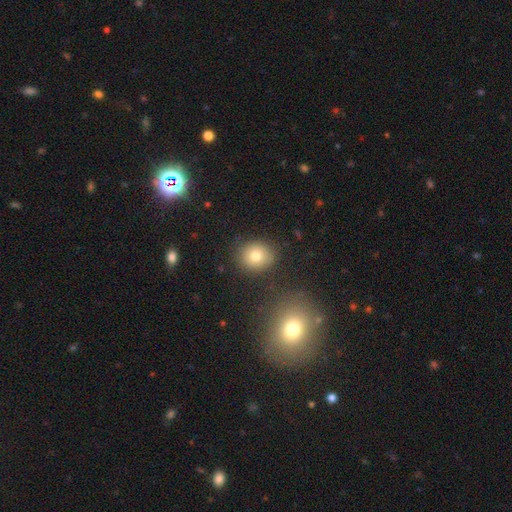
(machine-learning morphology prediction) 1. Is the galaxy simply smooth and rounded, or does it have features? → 77% smooth, 12% star or artifact, 11% featured or disk.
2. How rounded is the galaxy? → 75% round, 24% in between, 1% cigar-shaped.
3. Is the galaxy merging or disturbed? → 84% none, 10% minor disturbance, 3% merger, 3% major disturbance.